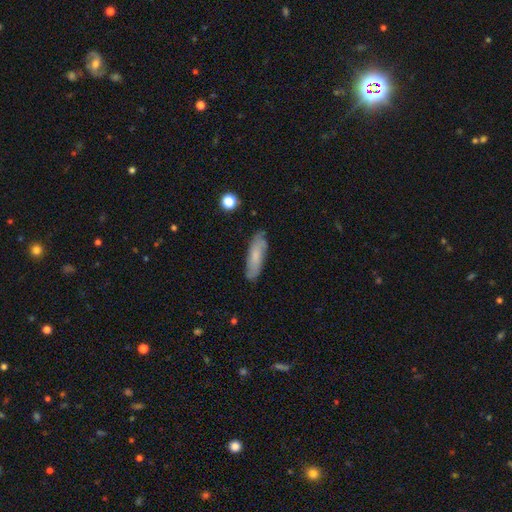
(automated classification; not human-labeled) The model was most divided on "how rounded": cigar-shaped: 56%, in between: 42%, round: 2%. More confident: merging — none (82%); smooth or featured — smooth (67%).